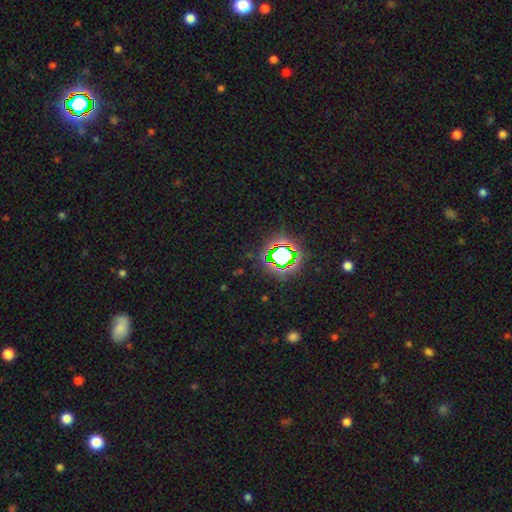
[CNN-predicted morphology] type=star or artifact (80%).